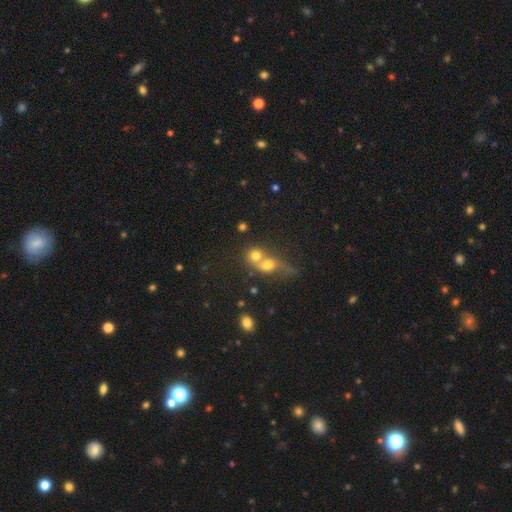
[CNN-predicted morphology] This is likely a smooth galaxy (69%). How rounded: likely round (71%). Merging: likely merger (69%).